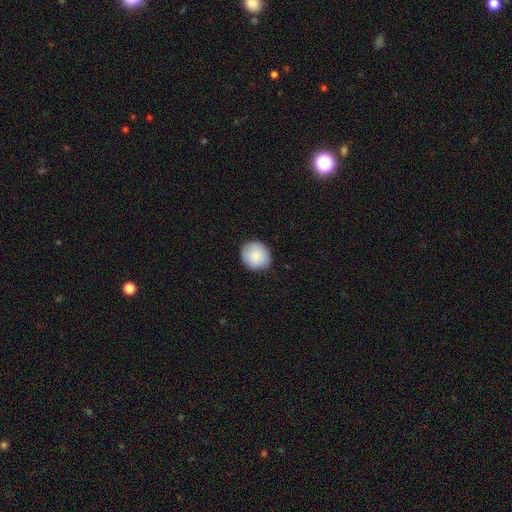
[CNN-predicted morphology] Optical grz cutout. It shows a smooth galaxy with no disk features (88%) that is round (86%). Merging: none (89%).